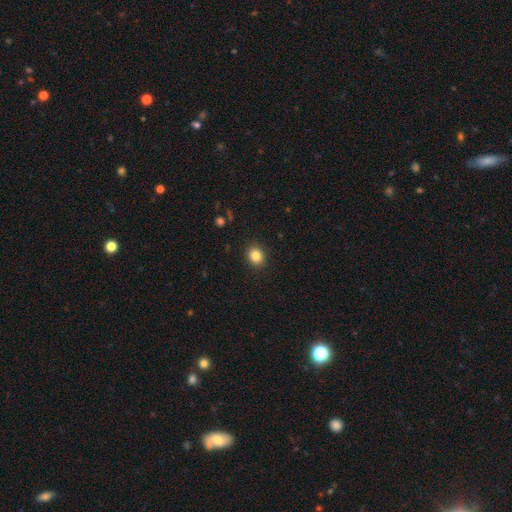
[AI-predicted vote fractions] Smooth or featured? Predicted: smooth (p=0.84). How rounded? Predicted: round (p=0.66). Merging? Predicted: none (p=0.91).